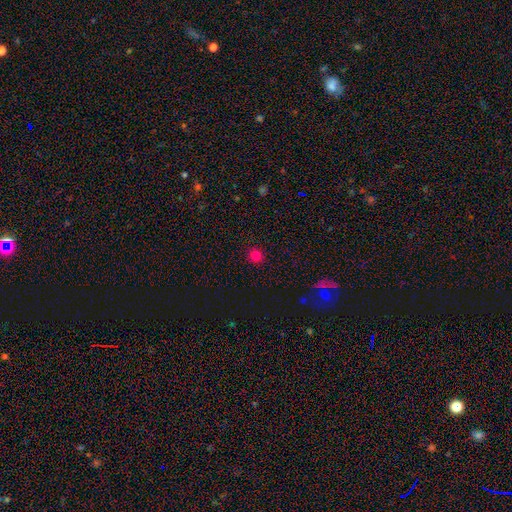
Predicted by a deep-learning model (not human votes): A smooth galaxy with no disk features (80%) that is round (93%).

Vote fractions:
- Smooth or featured? smooth: 80% / star or artifact: 16% / featured or disk: 5%
- How rounded? round: 93% / in between: 6% / cigar-shaped: 1%
- Merging? none: 92% / minor disturbance: 5% / major disturbance: 2% / merger: 1%